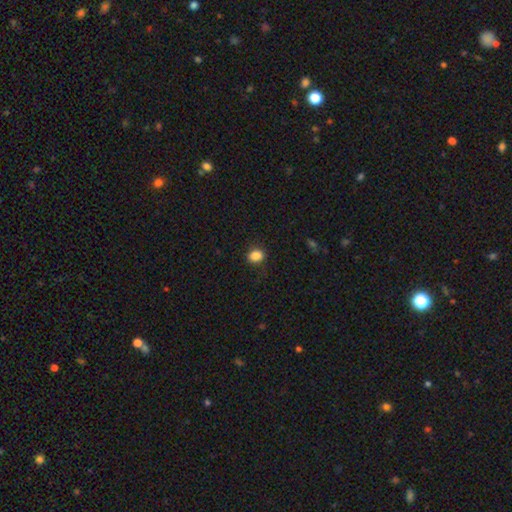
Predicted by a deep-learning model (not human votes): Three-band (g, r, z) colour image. It shows a smooth galaxy with no disk features (87%) that is in between round and cigar-shaped (53%). Merging: none (85%).